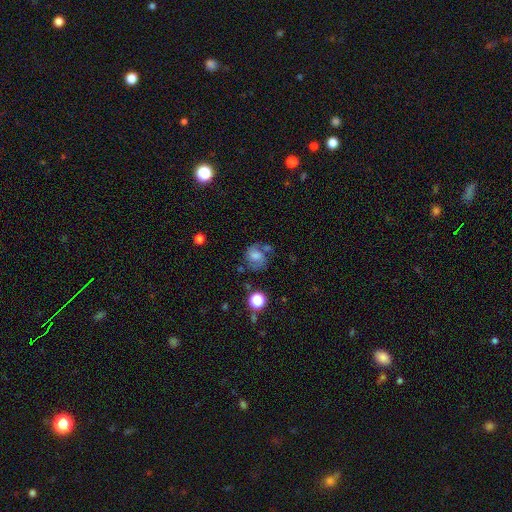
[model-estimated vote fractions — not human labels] This is marginally a featured or disk galaxy (44%). Merging: possibly none (52%).